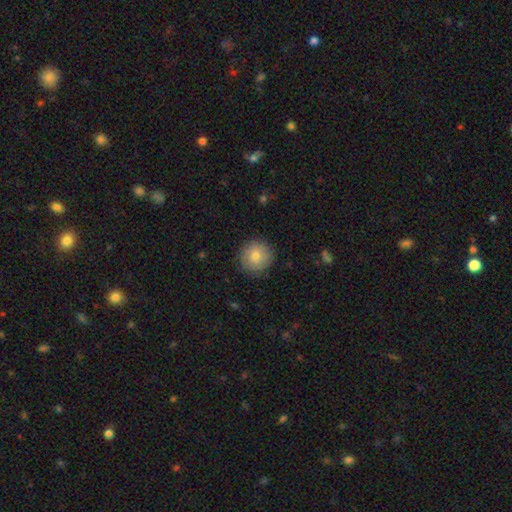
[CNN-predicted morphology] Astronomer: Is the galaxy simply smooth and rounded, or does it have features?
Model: smooth — 79%.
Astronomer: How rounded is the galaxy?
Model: round — 94%.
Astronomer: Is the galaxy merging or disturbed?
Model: none — 89%.